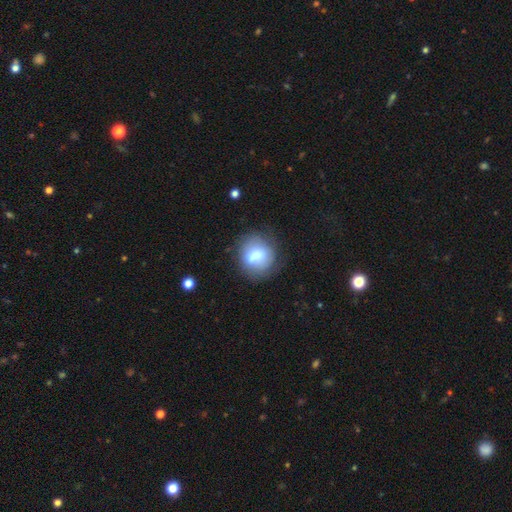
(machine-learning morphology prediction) A smooth galaxy with no disk features (69%) that is round (77%).

Vote fractions:
- Smooth or featured? smooth: 69% / featured or disk: 22% / star or artifact: 9%
- How rounded? round: 77% / in between: 22% / cigar-shaped: 1%
- Merging? none: 61% / minor disturbance: 21% / major disturbance: 10% / merger: 8%